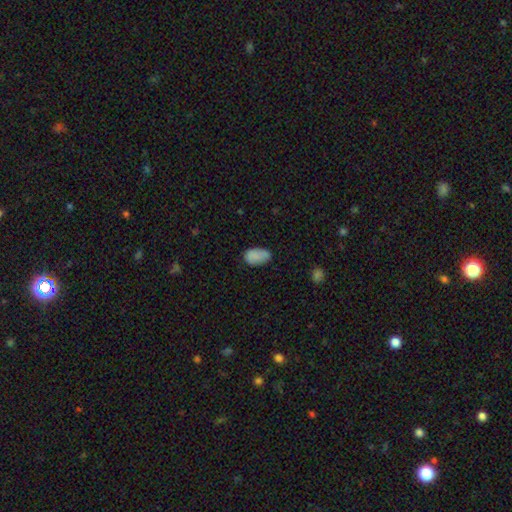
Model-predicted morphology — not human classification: smooth 86%, star or artifact 8%, featured or disk 6%. Down the decision tree: how rounded — in between (93%); merging — none (70%).